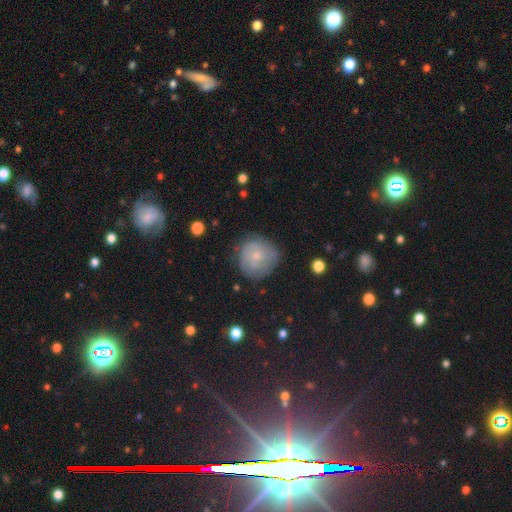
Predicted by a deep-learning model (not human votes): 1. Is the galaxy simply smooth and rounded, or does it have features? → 60% smooth, 31% featured or disk, 8% star or artifact.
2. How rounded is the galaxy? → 89% round, 10% in between, 1% cigar-shaped.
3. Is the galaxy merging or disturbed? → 68% none, 22% minor disturbance, 8% major disturbance, 2% merger.